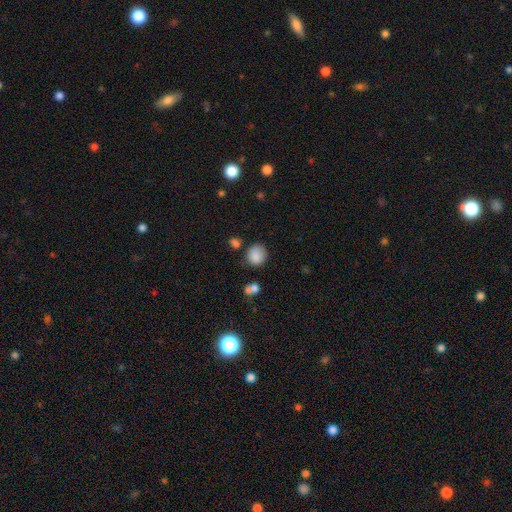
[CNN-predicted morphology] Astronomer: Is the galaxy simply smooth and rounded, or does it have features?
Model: smooth — 85%.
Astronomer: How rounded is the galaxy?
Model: round — 78%.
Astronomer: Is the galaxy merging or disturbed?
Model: none — 70%.